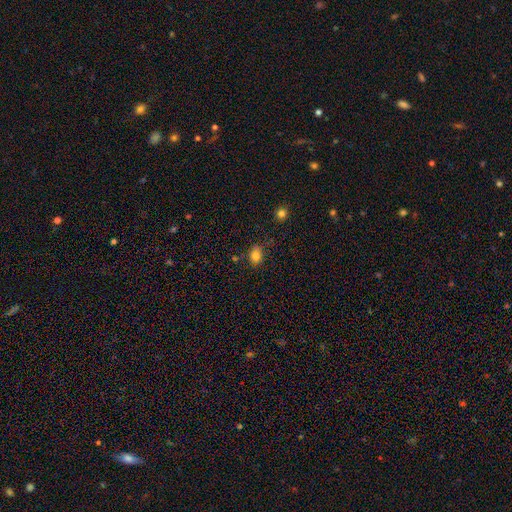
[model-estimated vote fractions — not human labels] Smooth or featured?
  - smooth: 83% *
  - star or artifact: 11%
  - featured or disk: 7%
How rounded?
  - in between: 70% *
  - round: 28%
  - cigar-shaped: 1%
Merging?
  - none: 75% *
  - minor disturbance: 17%
  - merger: 4%
  - major disturbance: 3%